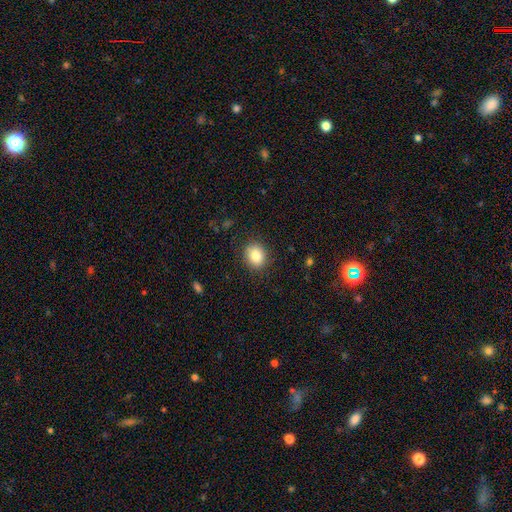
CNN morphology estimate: Smooth or featured? Predicted: smooth (p=0.84). How rounded? Predicted: round (p=0.68). Merging? Predicted: none (p=0.88).